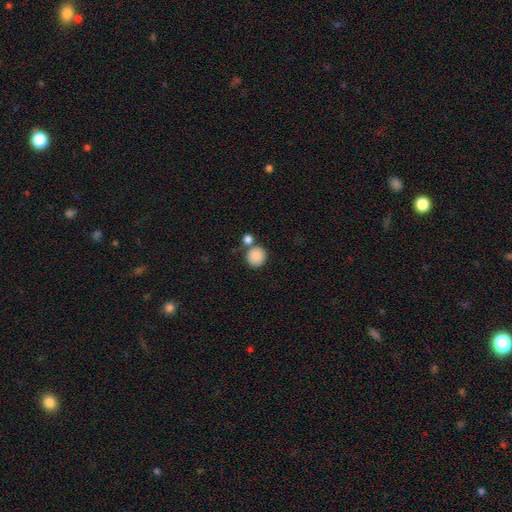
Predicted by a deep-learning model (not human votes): Smooth or featured?
  - smooth: 88% *
  - star or artifact: 8%
  - featured or disk: 4%
How rounded?
  - round: 92% *
  - in between: 7%
  - cigar-shaped: 1%
Merging?
  - none: 69% *
  - merger: 20%
  - minor disturbance: 8%
  - major disturbance: 3%